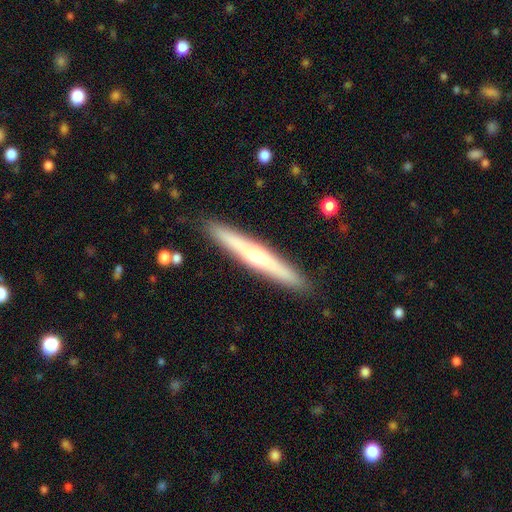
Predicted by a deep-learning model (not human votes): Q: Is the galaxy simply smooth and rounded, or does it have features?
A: featured or disk — 54%.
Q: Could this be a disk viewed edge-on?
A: yes — 95%.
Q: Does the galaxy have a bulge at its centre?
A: rounded — 69%.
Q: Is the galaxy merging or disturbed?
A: none — 90%.